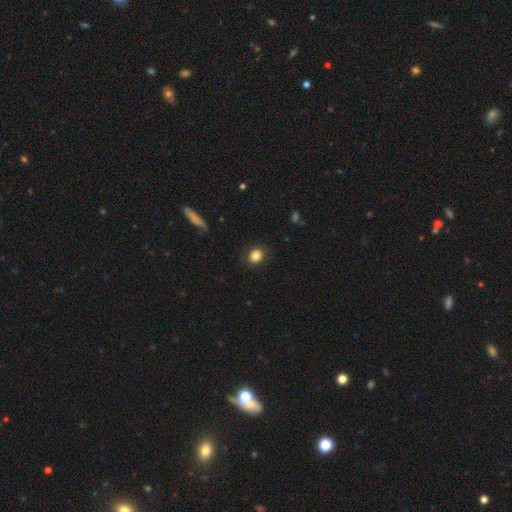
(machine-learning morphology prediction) smooth 84%, star or artifact 10%, featured or disk 6%. Down the decision tree: how rounded — round (61%); merging — none (86%).